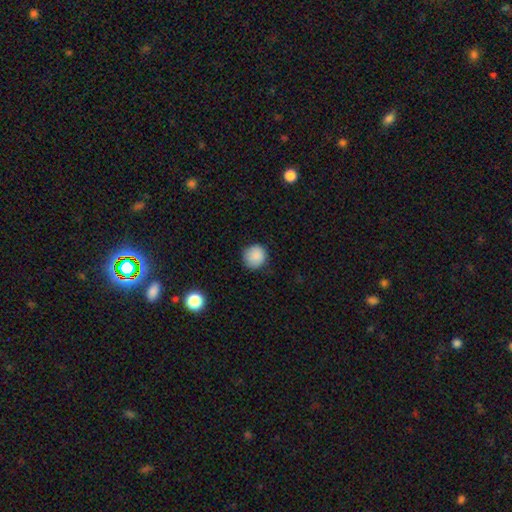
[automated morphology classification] This is clearly a smooth galaxy (87%). How rounded: clearly round (91%). Merging: clearly none (84%).